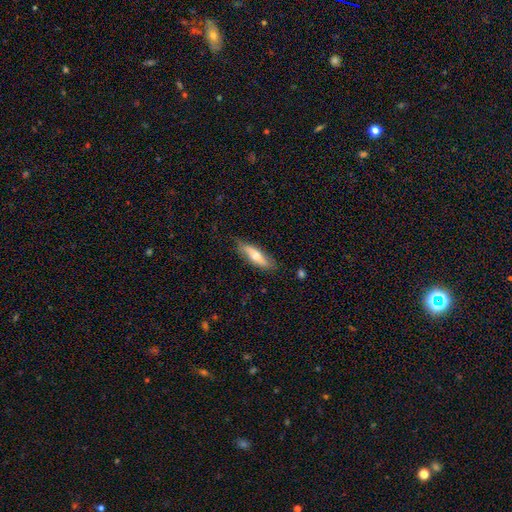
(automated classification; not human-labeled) Smooth or featured? smooth (55%)
How rounded? cigar-shaped (53%)
Merging? none (78%)